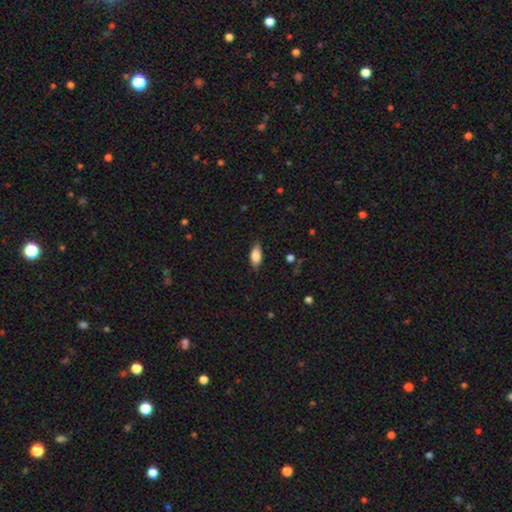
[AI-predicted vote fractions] Smooth or featured?
  - smooth: 85% *
  - featured or disk: 9%
  - star or artifact: 7%
How rounded?
  - in between: 86% *
  - cigar-shaped: 11%
  - round: 3%
Merging?
  - none: 82% *
  - minor disturbance: 14%
  - major disturbance: 3%
  - merger: 1%